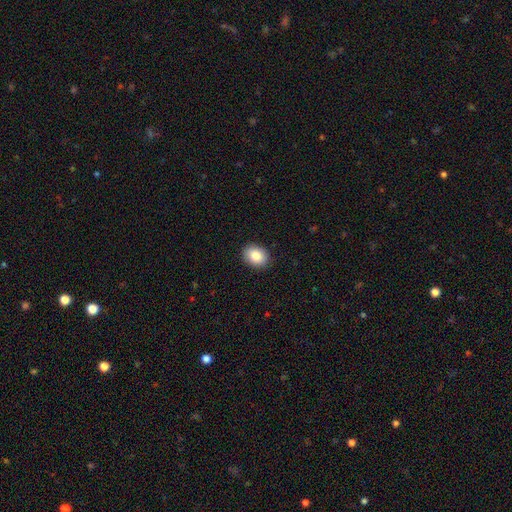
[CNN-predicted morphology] This appears to be a smooth galaxy with no disk features (86%) that is in between round and cigar-shaped (63%). Merging: none (90%).